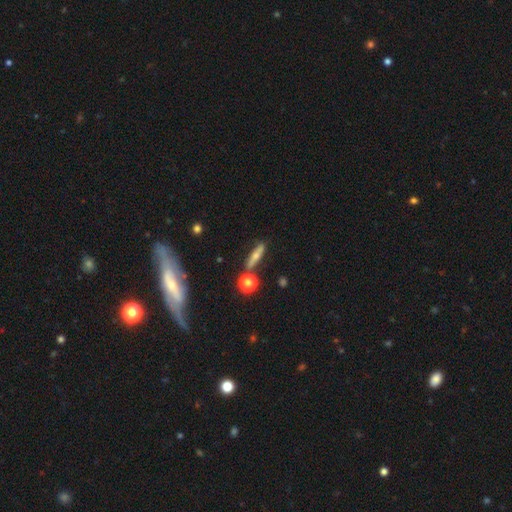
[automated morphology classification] Overall: smooth (52%; featured or disk 38%). How rounded: cigar-shaped (67%). Merging: none (78%).